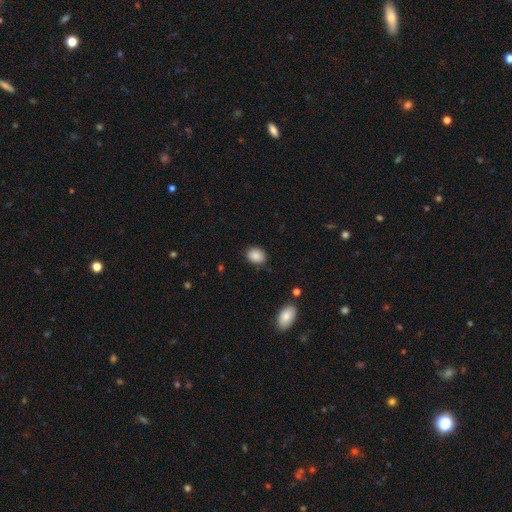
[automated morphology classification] Smooth or featured: smooth — 88% (star or artifact — 8%)
How rounded: in between — 65% (round — 34%)
Merging: none — 84% (minor disturbance — 12%)